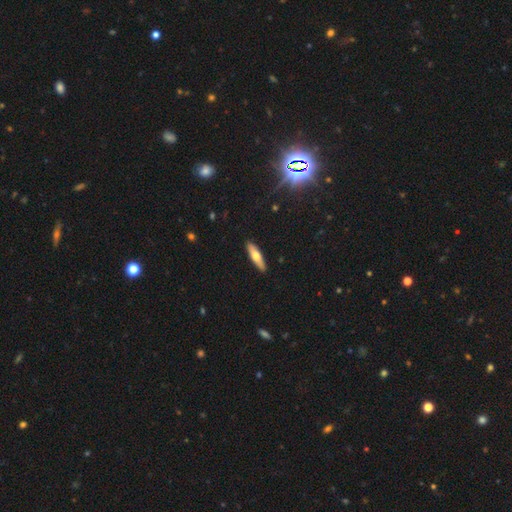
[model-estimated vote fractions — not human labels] Smooth or featured?
  - smooth: 57% *
  - featured or disk: 37%
  - star or artifact: 6%
How rounded?
  - cigar-shaped: 70% *
  - in between: 28%
  - round: 2%
Merging?
  - none: 90% *
  - minor disturbance: 7%
  - major disturbance: 1%
  - merger: 1%